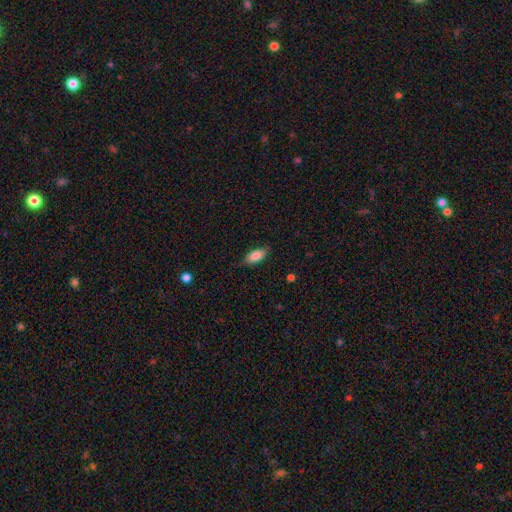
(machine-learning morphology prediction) A smooth galaxy with no disk features (84%) that is in between round and cigar-shaped (87%). Merging: none (81%).